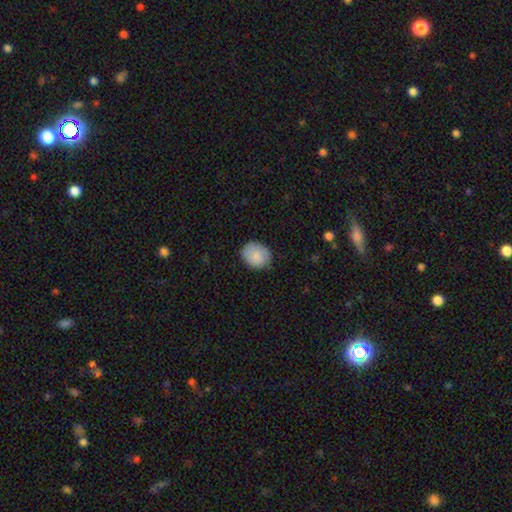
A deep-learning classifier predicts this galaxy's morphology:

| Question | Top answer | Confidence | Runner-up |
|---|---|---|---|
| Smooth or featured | smooth | 86% | featured or disk (8%) |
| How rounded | round | 63% | in between (36%) |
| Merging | none | 81% | minor disturbance (15%) |